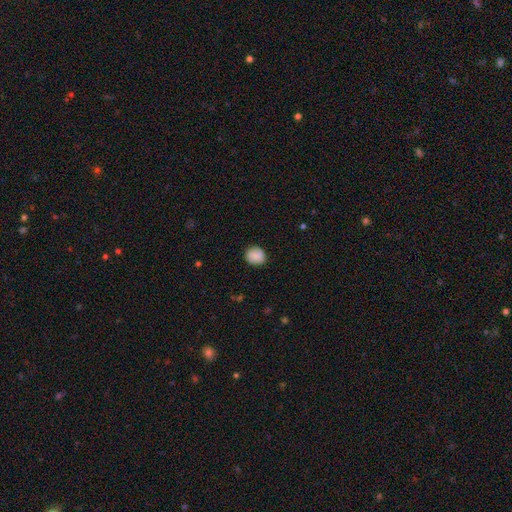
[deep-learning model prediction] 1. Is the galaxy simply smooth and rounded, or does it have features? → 83% smooth, 9% featured or disk, 8% star or artifact.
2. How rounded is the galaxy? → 80% round, 19% in between, 1% cigar-shaped.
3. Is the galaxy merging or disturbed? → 85% none, 11% minor disturbance, 2% major disturbance, 1% merger.